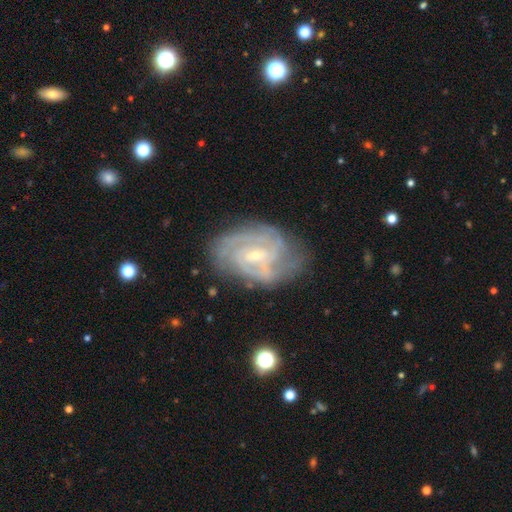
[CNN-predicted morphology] Smooth or featured? featured or disk (87%)
Edge-on disk? no (97%)
Bar? weak (50%)
Spiral arms? yes (95%)
Spiral winding? tight (57%)
Spiral arm count? 2 (29%)
Bulge size? small (76%)
Merging? none (69%)